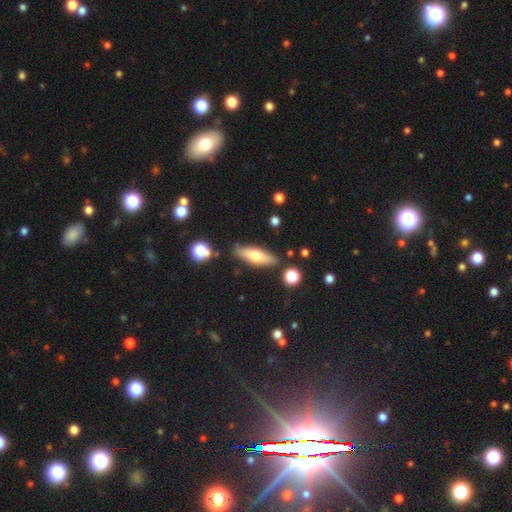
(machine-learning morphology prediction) A smooth galaxy with no disk features (54%) that is cigar-shaped (52%).

Vote fractions:
- Smooth or featured? smooth: 54% / featured or disk: 39% / star or artifact: 7%
- How rounded? cigar-shaped: 52% / in between: 46% / round: 3%
- Merging? none: 81% / minor disturbance: 12% / merger: 4% / major disturbance: 3%